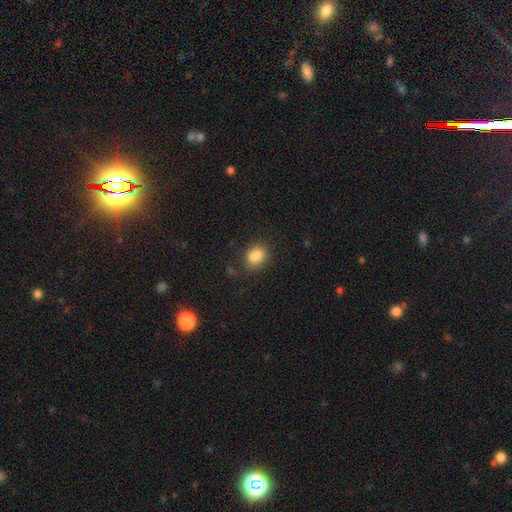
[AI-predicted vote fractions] This appears to be a smooth galaxy with no disk features (86%) that is in between round and cigar-shaped (53%). Merging: none (77%).